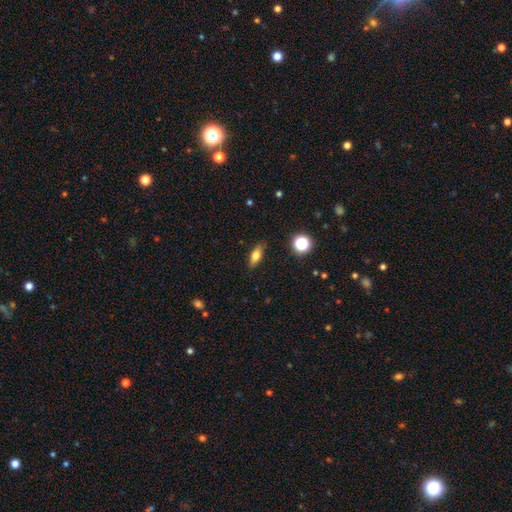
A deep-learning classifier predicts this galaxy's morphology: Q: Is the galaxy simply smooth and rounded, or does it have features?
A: smooth — 67%.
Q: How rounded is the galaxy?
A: in between — 65%.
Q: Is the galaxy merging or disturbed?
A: none — 84%.